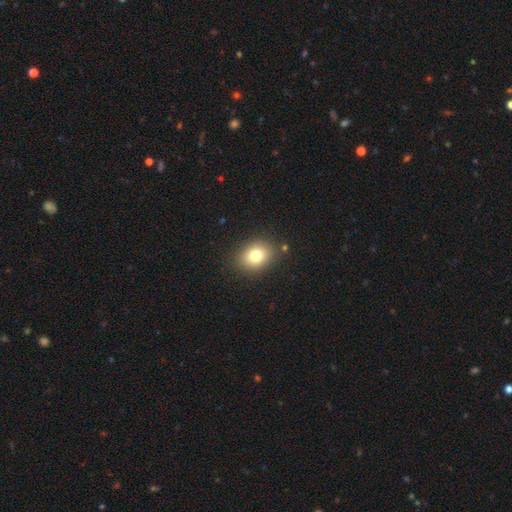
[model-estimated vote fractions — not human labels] Smooth or featured? Predicted: smooth (p=0.78). How rounded? Predicted: in between (p=0.53). Merging? Predicted: none (p=0.85).